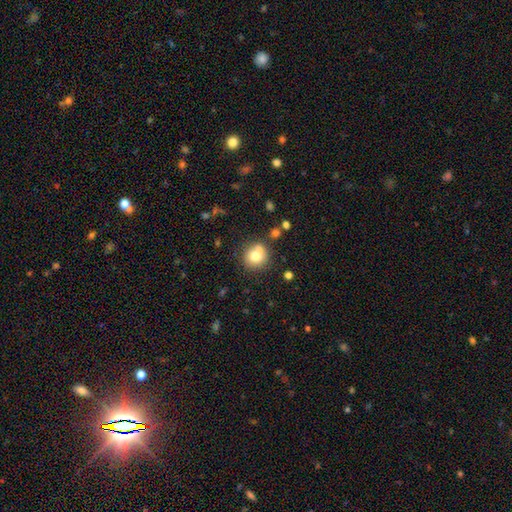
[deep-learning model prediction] A smooth galaxy with no disk features (76%) that is round (90%). Merging: none (70%).